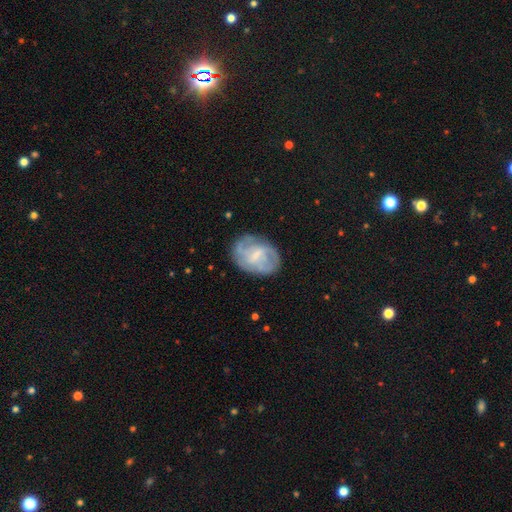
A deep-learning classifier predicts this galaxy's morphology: This appears to be a featured or disk galaxy (65%) with a weak bar (54%), spiral arms (76%) and a small central bulge (46%). Merging: none (67%).